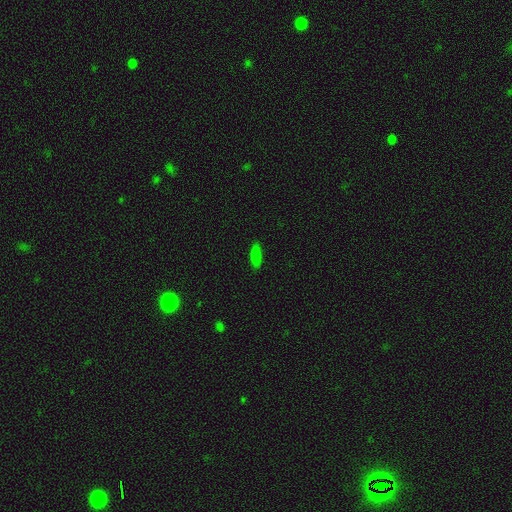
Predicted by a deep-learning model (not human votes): Smooth or featured?
  - smooth: 85% *
  - star or artifact: 10%
  - featured or disk: 6%
How rounded?
  - cigar-shaped: 56% *
  - in between: 42%
  - round: 2%
Merging?
  - none: 88% *
  - minor disturbance: 9%
  - major disturbance: 2%
  - merger: 1%